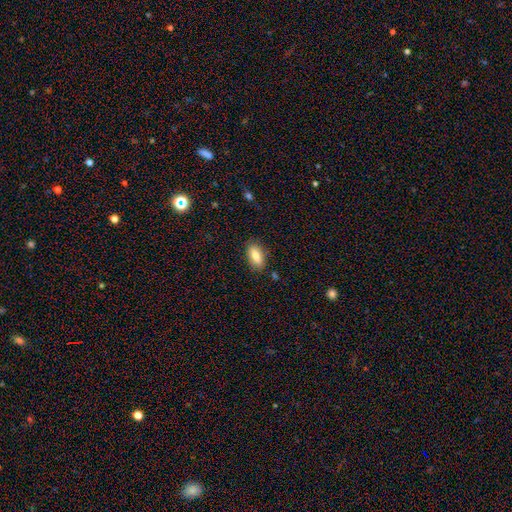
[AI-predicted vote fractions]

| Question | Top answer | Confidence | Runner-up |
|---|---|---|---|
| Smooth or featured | smooth | 77% | featured or disk (15%) |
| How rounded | in between | 86% | cigar-shaped (9%) |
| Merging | none | 84% | minor disturbance (11%) |